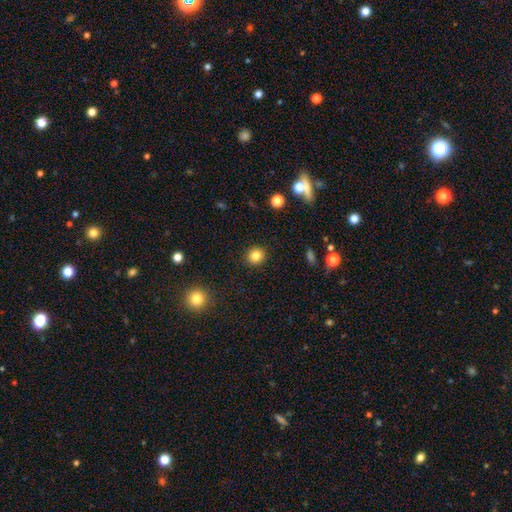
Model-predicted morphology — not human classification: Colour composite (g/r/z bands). It shows a smooth galaxy with no disk features (83%) that is round (87%). Merging: none (91%).